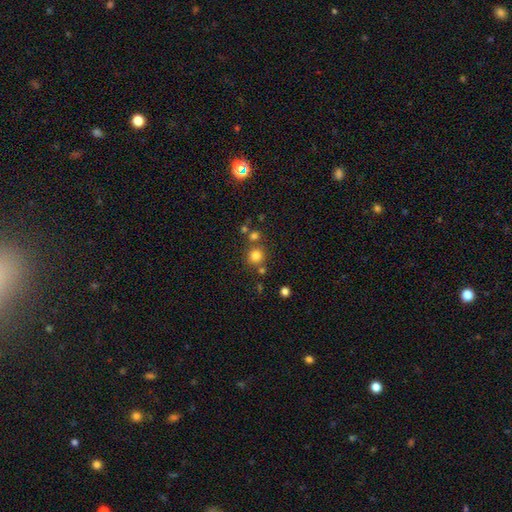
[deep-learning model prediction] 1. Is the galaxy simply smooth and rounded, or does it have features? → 79% smooth, 14% star or artifact, 7% featured or disk.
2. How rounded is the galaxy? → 92% round, 7% in between, 1% cigar-shaped.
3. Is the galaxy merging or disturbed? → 72% none, 16% merger, 8% minor disturbance, 4% major disturbance.